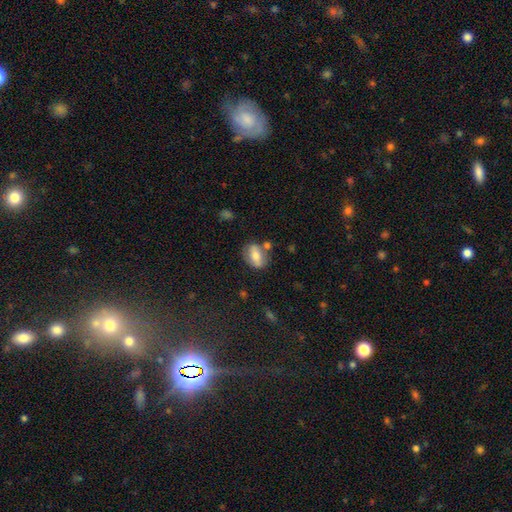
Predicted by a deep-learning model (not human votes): A smooth galaxy with no disk features (62%) that is in between round and cigar-shaped (76%). Merging: none (65%).